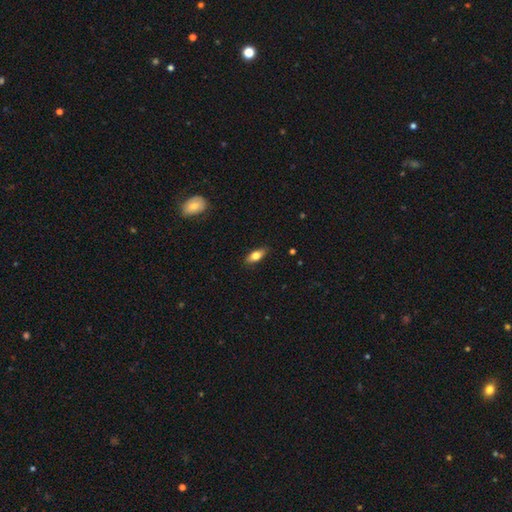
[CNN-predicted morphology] A smooth galaxy with no disk features (74%) that is in between round and cigar-shaped (82%).

Vote fractions:
- Smooth or featured? smooth: 74% / featured or disk: 18% / star or artifact: 7%
- How rounded? in between: 82% / cigar-shaped: 13% / round: 4%
- Merging? none: 85% / minor disturbance: 12% / major disturbance: 2% / merger: 1%